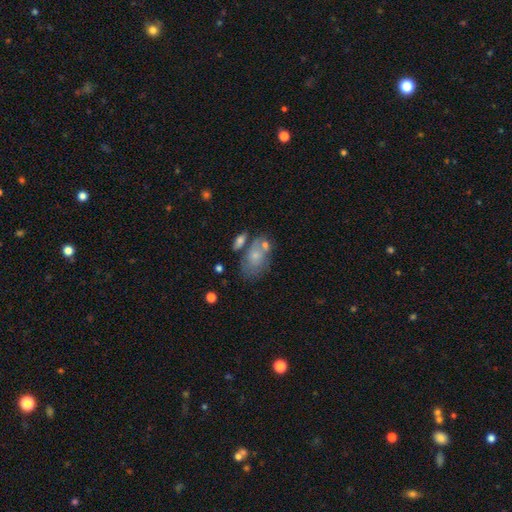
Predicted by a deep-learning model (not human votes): Smooth or featured?
  - smooth: 66% *
  - featured or disk: 26%
  - star or artifact: 8%
How rounded?
  - in between: 86% *
  - round: 12%
  - cigar-shaped: 3%
Merging?
  - none: 41% *
  - merger: 27%
  - minor disturbance: 21%
  - major disturbance: 11%